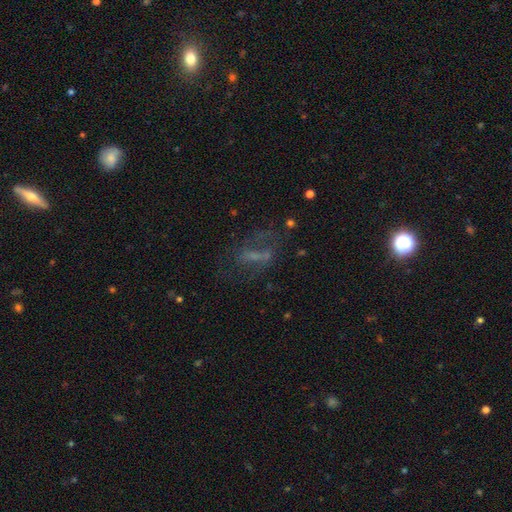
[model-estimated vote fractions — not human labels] The model was most divided on "smooth or featured": featured or disk: 47%, smooth: 29%, star or artifact: 24%. Remaining: merging — none (50%).